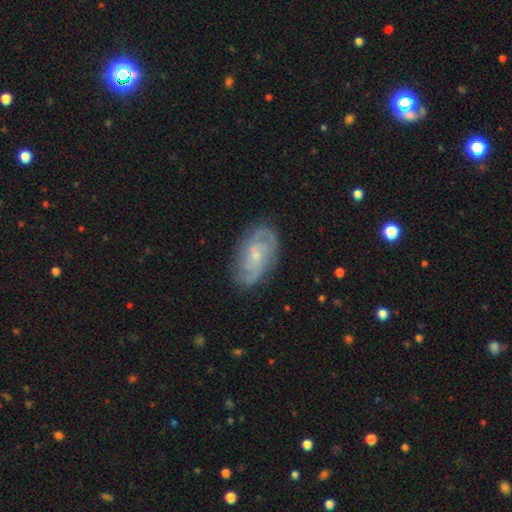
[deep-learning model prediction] smooth-or-featured: featured or disk: 75% | smooth: 19% | star or artifact: 7%
  disk-edge-on: no: 95% | yes: 5%
    bar: no: 63% | weak: 33% | strong: 5%
    has-spiral-arms: yes: 92% | no: 8%
      spiral-winding: medium: 42% (tied) | tight: 42% (tied) | loose: 16%
      spiral-arm-count: 2: 46% | can't tell: 28% | 3: 14% | 4: 5% | 1: 4% | more than 4: 4%
    bulge-size: small: 72% | moderate: 22% | none: 4% | large: 1% | dominant: 1%
  merging: none: 77% | minor disturbance: 17% | major disturbance: 5% | merger: 1%